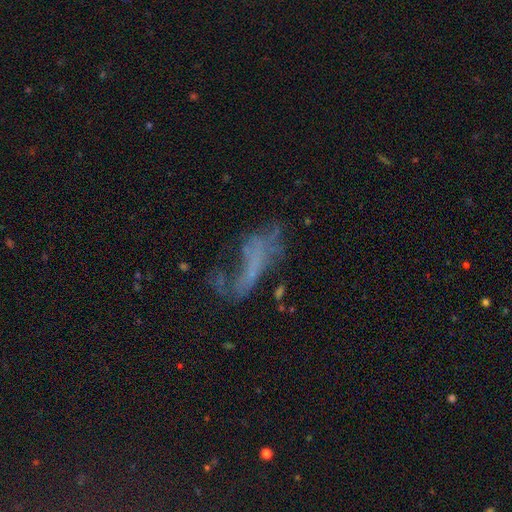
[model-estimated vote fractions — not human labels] A featured or disk galaxy (50%).

Vote fractions:
- Smooth or featured? featured or disk: 50% / smooth: 30% / star or artifact: 20%
- Edge-on disk? no: 90% / yes: 10%
- Merging? major disturbance: 48% / none: 26% / minor disturbance: 15% / merger: 10%